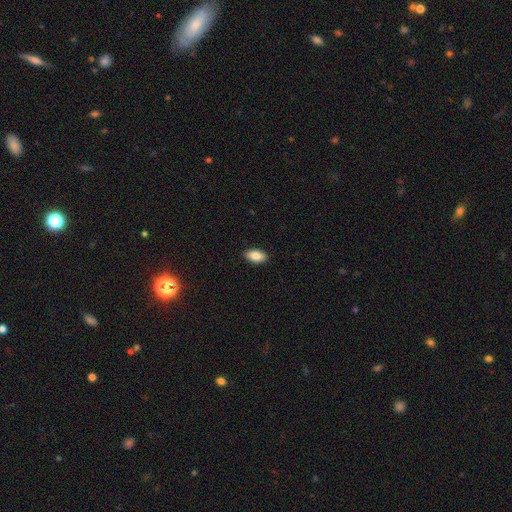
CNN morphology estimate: Smooth or featured? Predicted: smooth (p=0.86). How rounded? Predicted: in between (p=0.93). Merging? Predicted: none (p=0.89).